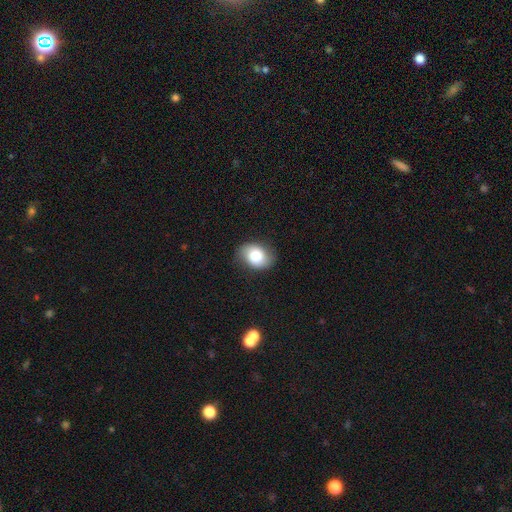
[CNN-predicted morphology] A smooth galaxy with no disk features (74%) that is in between round and cigar-shaped (69%). Merging: none (81%).